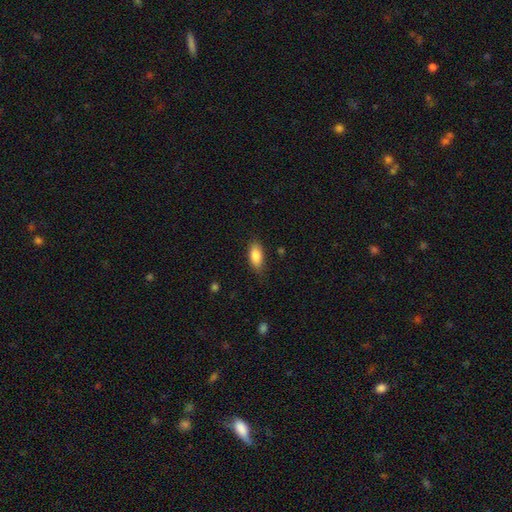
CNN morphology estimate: A smooth galaxy with no disk features (86%) that is in between round and cigar-shaped (86%).

Vote fractions:
- Smooth or featured? smooth: 86% / featured or disk: 7% / star or artifact: 7%
- How rounded? in between: 86% / cigar-shaped: 11% / round: 3%
- Merging? none: 79% / minor disturbance: 16% / major disturbance: 4% / merger: 1%